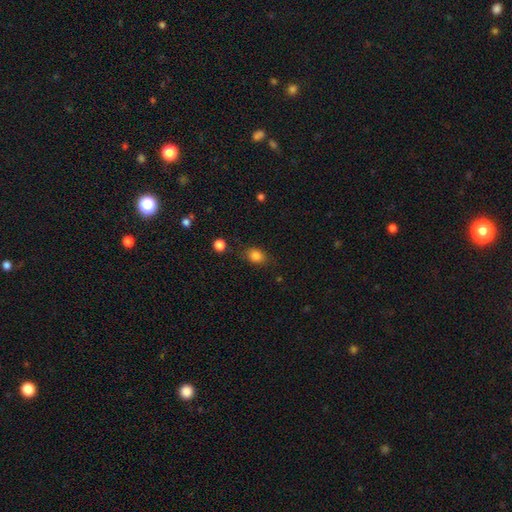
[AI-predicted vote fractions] This appears to be a smooth galaxy with no disk features (83%) that is in between round and cigar-shaped (57%). Merging: none (75%).